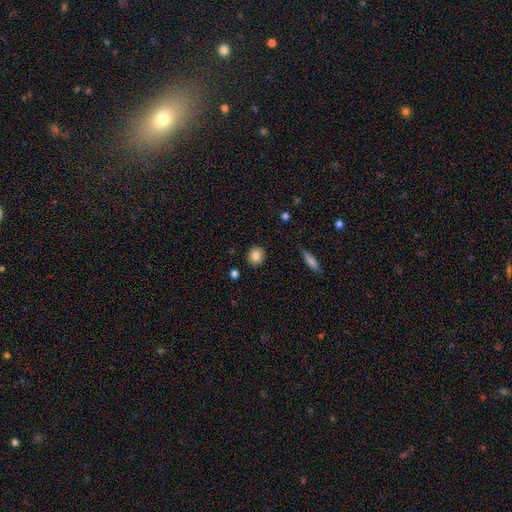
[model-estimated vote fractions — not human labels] The model was most divided on "how rounded": round: 84%, in between: 15%, cigar-shaped: 1%. More confident: merging — none (90%); smooth or featured — smooth (83%).